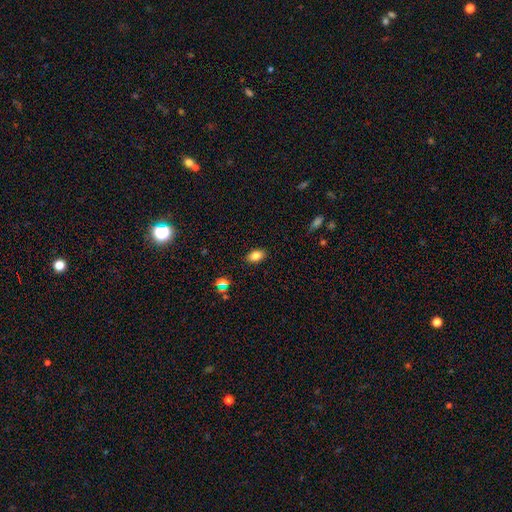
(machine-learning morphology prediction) Q: Smooth or featured?
A: smooth (83%); runner-up: star or artifact (11%)
Q: How rounded?
A: in between (87%); runner-up: round (12%)
Q: Merging?
A: none (88%); runner-up: minor disturbance (9%)